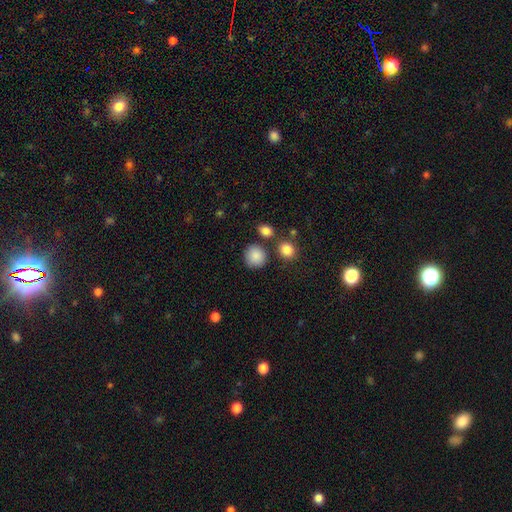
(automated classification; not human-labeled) Q: Smooth or featured?
A: smooth (87%); runner-up: star or artifact (9%)
Q: How rounded?
A: round (89%); runner-up: in between (10%)
Q: Merging?
A: none (80%); runner-up: minor disturbance (10%)